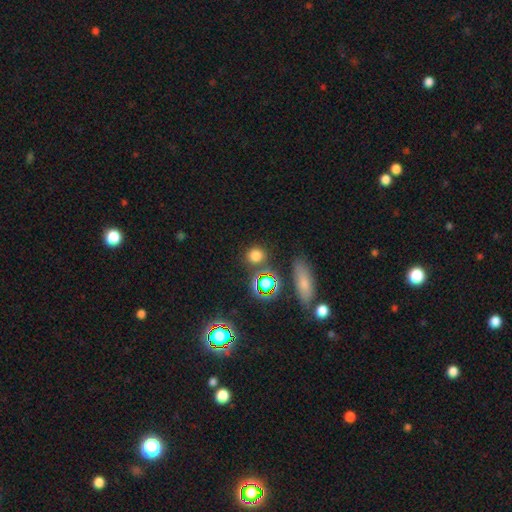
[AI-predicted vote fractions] Smooth or featured? smooth (72%)
How rounded? round (86%)
Merging? none (82%)